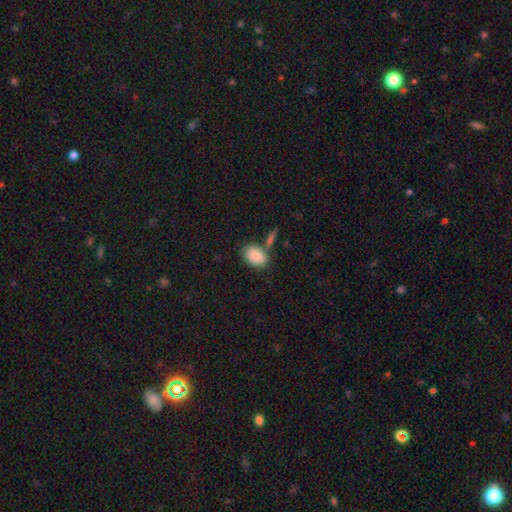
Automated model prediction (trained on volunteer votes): Smooth or featured? Predicted: smooth (p=0.87). How rounded? Predicted: in between (p=0.86). Merging? Predicted: none (p=0.67).